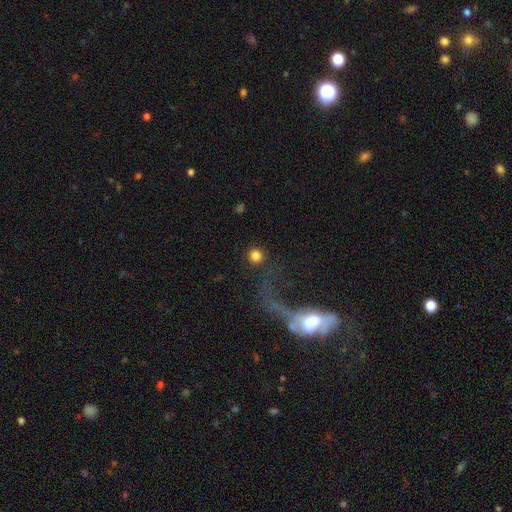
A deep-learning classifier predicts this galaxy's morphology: smooth_or_featured: smooth (p=0.81) [alt: star or artifact p=0.11]
how_rounded: round (p=0.93) [alt: in between p=0.06]
merging: none (p=0.81) [alt: minor disturbance p=0.07]